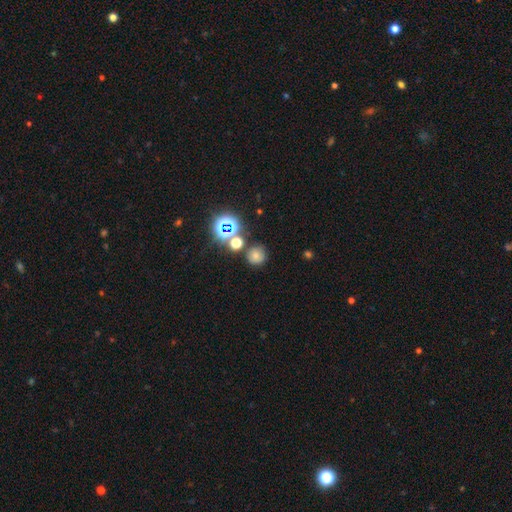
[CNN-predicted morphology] smooth_or_featured: smooth (p=0.64) [alt: star or artifact p=0.25]
how_rounded: round (p=0.91) [alt: in between p=0.08]
merging: none (p=0.76) [alt: minor disturbance p=0.10]